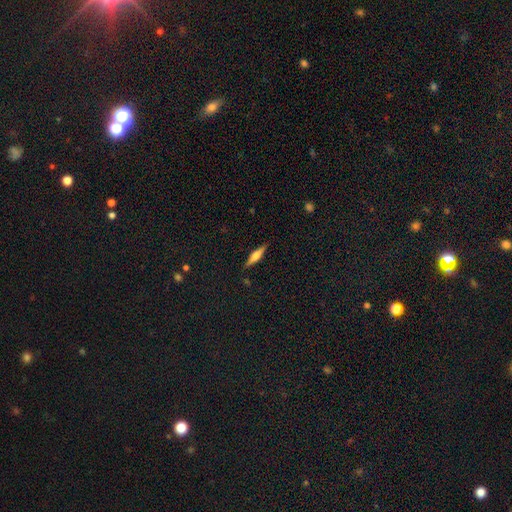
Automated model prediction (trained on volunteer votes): Smooth or featured? Predicted: featured or disk (p=0.61). Edge-on disk? Predicted: yes (p=0.97). Edge-on bulge? Predicted: rounded (p=0.86). Merging? Predicted: none (p=0.88).